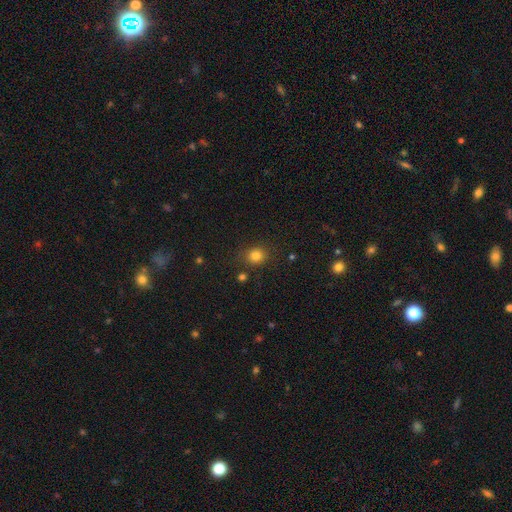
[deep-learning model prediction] The model was most divided on "how rounded": round: 76%, in between: 23%, cigar-shaped: 1%. More confident: smooth or featured — smooth (81%); merging — none (81%).